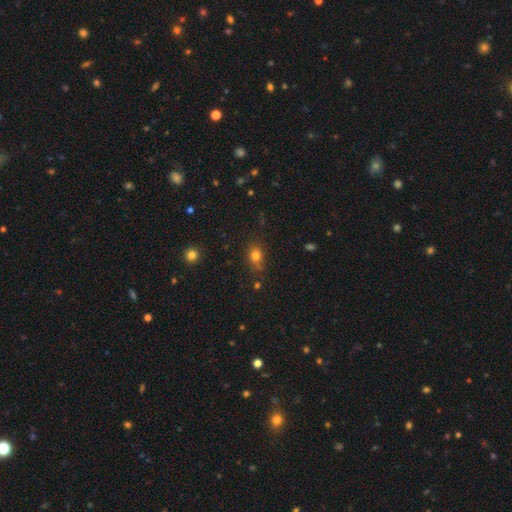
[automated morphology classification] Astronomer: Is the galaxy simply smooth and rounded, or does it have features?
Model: smooth — 78%.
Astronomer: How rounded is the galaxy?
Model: round — 50% (runner-up: in between, 48%).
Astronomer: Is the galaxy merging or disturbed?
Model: none — 71%.